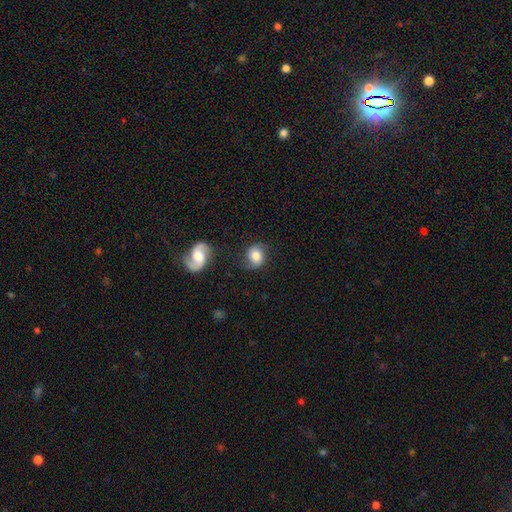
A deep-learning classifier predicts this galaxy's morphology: smooth-or-featured: smooth: 67% | featured or disk: 25% | star or artifact: 8%
  how-rounded: round: 58% | in between: 41% | cigar-shaped: 1%
  merging: none: 72% | minor disturbance: 18% | major disturbance: 5% | merger: 5%